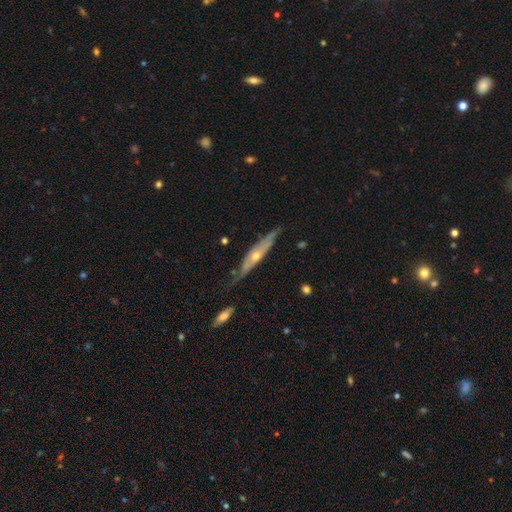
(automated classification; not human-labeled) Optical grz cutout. It shows a featured or disk galaxy (67%) viewed edge-on (78%) with a rounded central bulge (82%). Merging: none (66%).